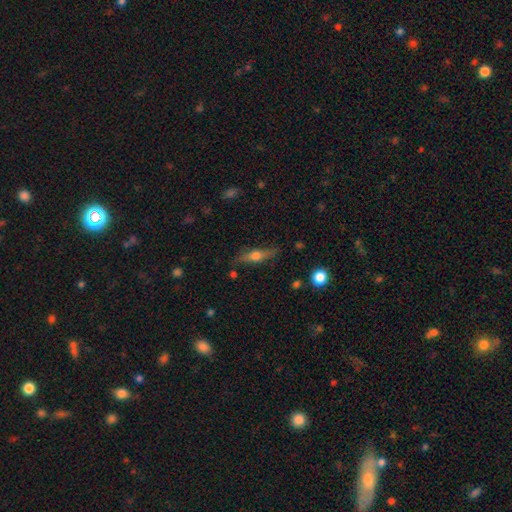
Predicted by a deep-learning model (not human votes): Smooth or featured? Predicted: featured or disk (p=0.55). Edge-on disk? Predicted: yes (p=0.92). Edge-on bulge? Predicted: rounded (p=0.93). Merging? Predicted: none (p=0.81).